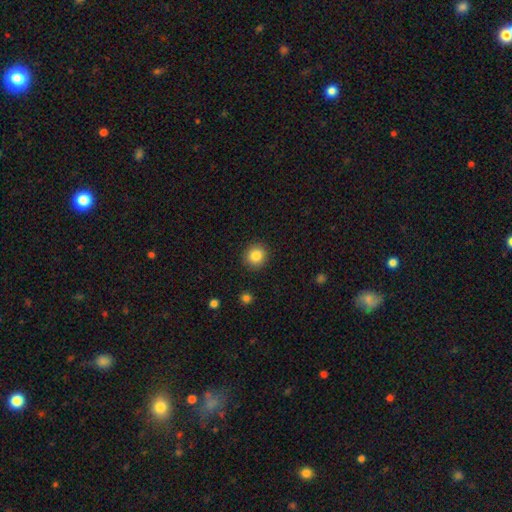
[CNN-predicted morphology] Smooth or featured?
  - smooth: 85% *
  - star or artifact: 10%
  - featured or disk: 5%
How rounded?
  - round: 89% *
  - in between: 10%
  - cigar-shaped: 1%
Merging?
  - none: 91% *
  - minor disturbance: 6%
  - major disturbance: 2%
  - merger: 1%